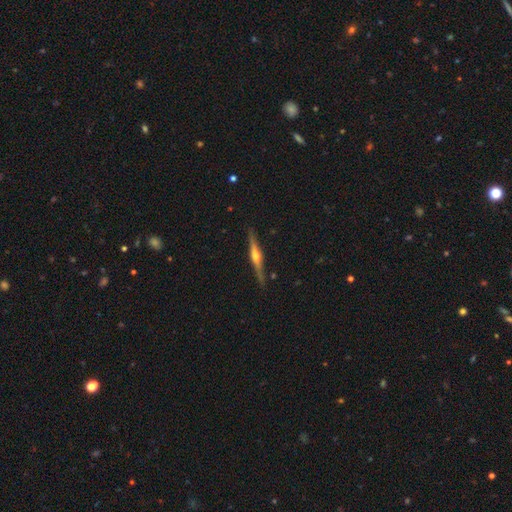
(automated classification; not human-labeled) smooth-or-featured: featured or disk: 77% | smooth: 18% | star or artifact: 6%
  disk-edge-on: yes: 98% | no: 2%
    edge-on-bulge: rounded: 90% | boxy: 6% | none: 4%
  merging: none: 88% | minor disturbance: 9% | major disturbance: 2% | merger: 1%